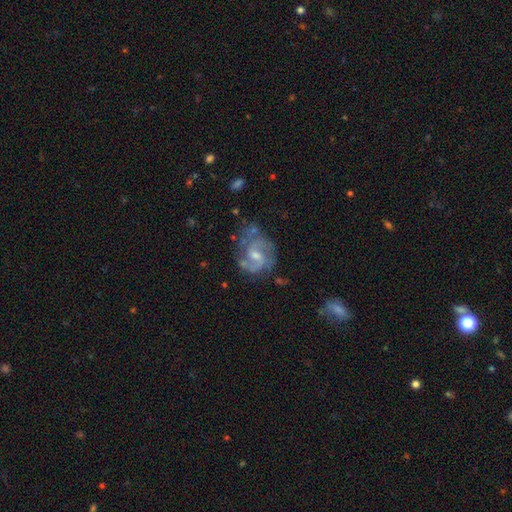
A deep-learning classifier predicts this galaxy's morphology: smooth-or-featured: featured or disk: 84% | smooth: 9% | star or artifact: 7%
  disk-edge-on: no: 98% | yes: 2%
    bar: weak: 55% | no: 35% | strong: 11%
    has-spiral-arms: yes: 94% | no: 6%
      spiral-winding: medium: 53% | tight: 26% | loose: 21%
      spiral-arm-count: 2: 77% | can't tell: 10% | 3: 7% | 1: 3% | 4: 2% | more than 4: 2%
    bulge-size: moderate: 48% | small: 43% | none: 6% | large: 3% | dominant: 1%
  merging: none: 64% | minor disturbance: 21% | major disturbance: 11% | merger: 4%